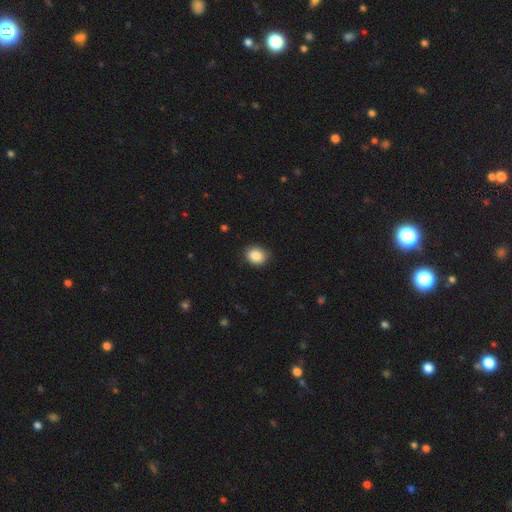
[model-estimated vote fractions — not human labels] This appears to be a smooth galaxy with no disk features (87%) that is round (55%). Merging: none (85%).